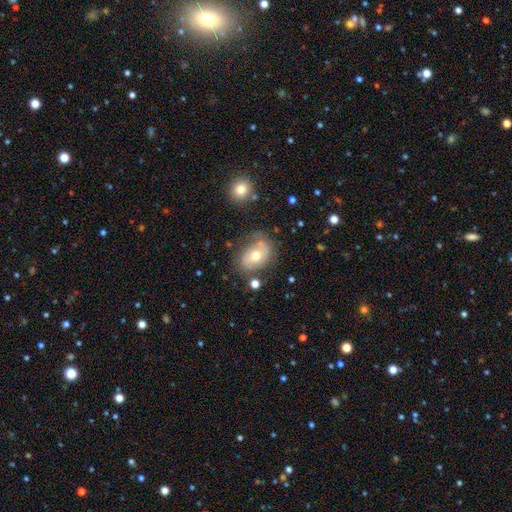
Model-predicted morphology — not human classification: Q: Smooth or featured?
A: smooth (45%); tied with: featured or disk (45%)
Q: Merging?
A: none (62%); runner-up: minor disturbance (22%)